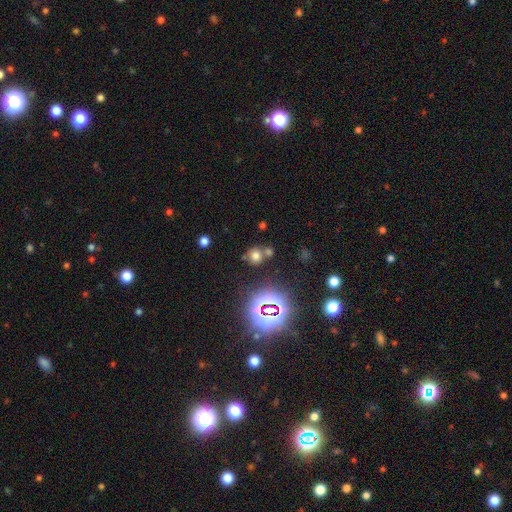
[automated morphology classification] A smooth galaxy with no disk features (62%) that is round (80%).

Vote fractions:
- Smooth or featured? smooth: 62% / star or artifact: 28% / featured or disk: 10%
- How rounded? round: 80% / in between: 18% / cigar-shaped: 1%
- Merging? none: 61% / merger: 24% / minor disturbance: 11% / major disturbance: 5%